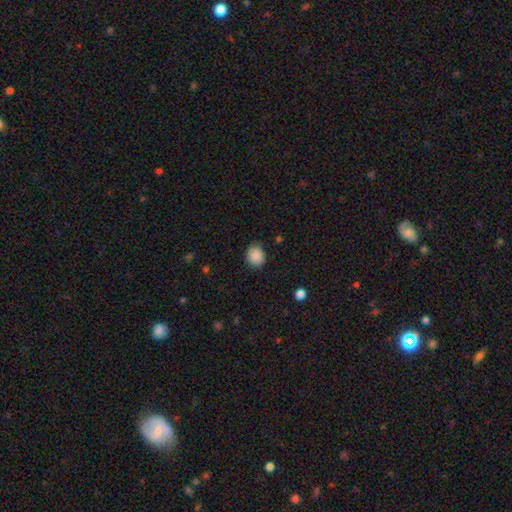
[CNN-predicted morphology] This is clearly a smooth galaxy (88%). How rounded: likely round (65%). Merging: clearly none (85%).